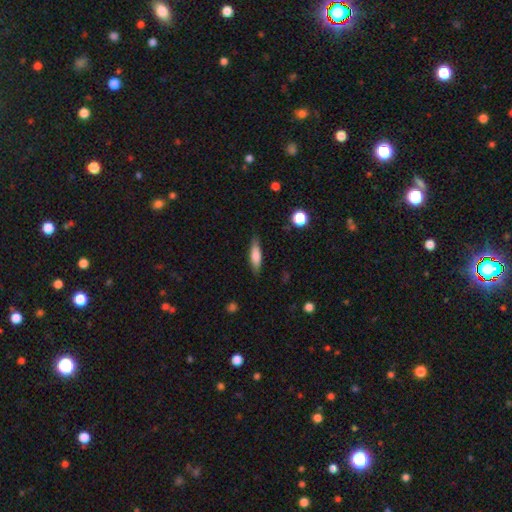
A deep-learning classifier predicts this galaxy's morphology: Overall: smooth (71%). How rounded: cigar-shaped (65%; in between 33%). Merging: none (83%).